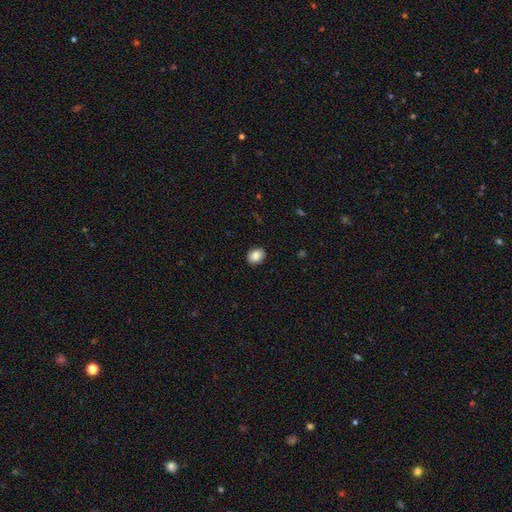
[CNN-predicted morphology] Overall: smooth (87%). How rounded: in between (50%; round 49%). Merging: none (90%).